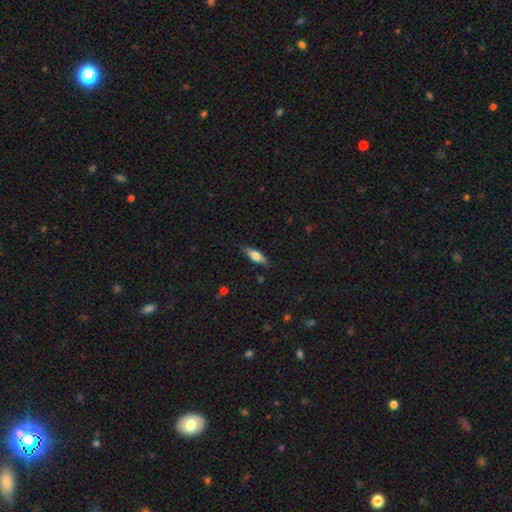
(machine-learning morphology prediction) Overall: featured or disk (49%; smooth 44%). Merging: none (84%).